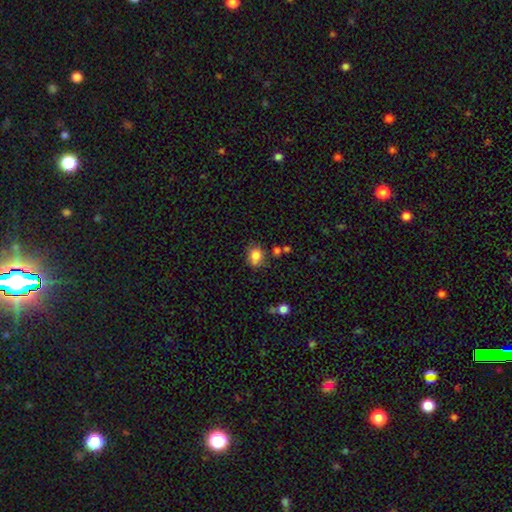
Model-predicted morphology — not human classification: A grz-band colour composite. It shows a smooth galaxy with no disk features (82%) that is in between round and cigar-shaped (49%, tied with round). Merging: none (67%).